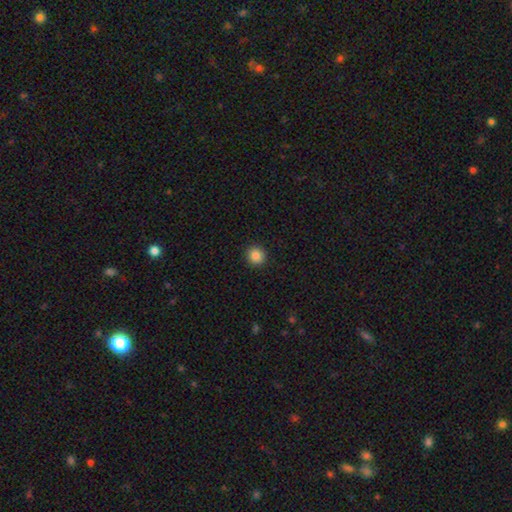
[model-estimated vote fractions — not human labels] smooth 86%, star or artifact 10%, featured or disk 4%. Down the decision tree: how rounded — round (93%); merging — none (92%).